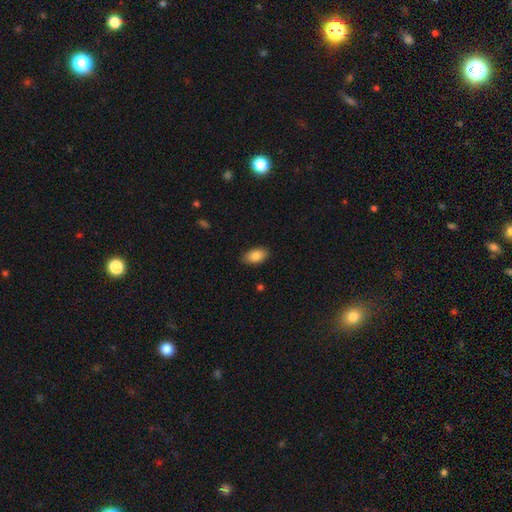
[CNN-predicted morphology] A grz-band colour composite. It shows a smooth galaxy with no disk features (85%) that is in between round and cigar-shaped (92%). Merging: none (86%).